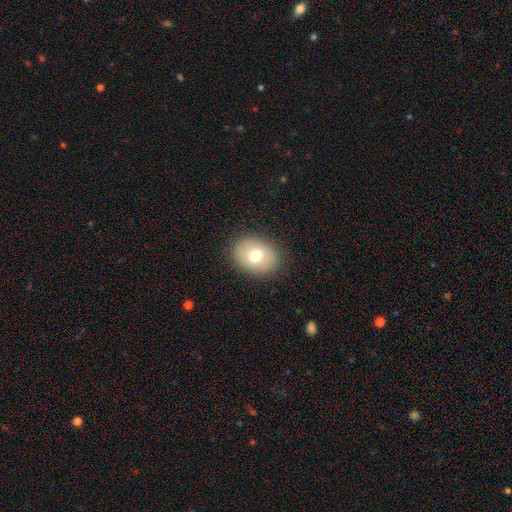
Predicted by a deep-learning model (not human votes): Morphology: type=smooth (72%); roundness=in between (62%); merging=none (87%).